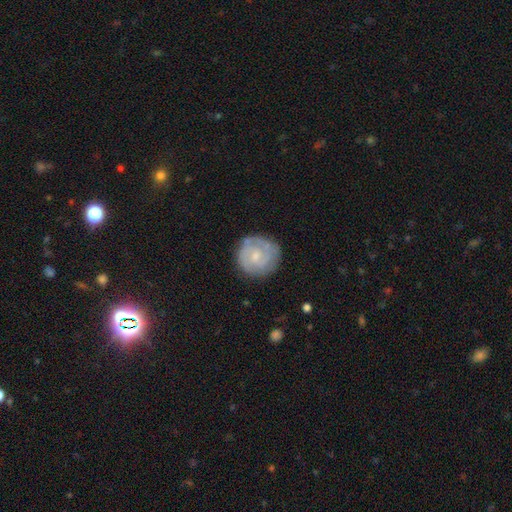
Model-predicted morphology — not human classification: Smooth or featured: featured or disk — 65% (smooth — 30%)
Edge-on disk: no — 98% (yes — 2%)
Bar: no — 67% (weak — 29%)
Spiral arms: yes — 85% (no — 15%)
Spiral winding: tight — 65% (medium — 27%)
Spiral arm count: 2 — 43% (can't tell — 31%)
Bulge size: small — 65% (moderate — 28%)
Merging: none — 78% (minor disturbance — 15%)